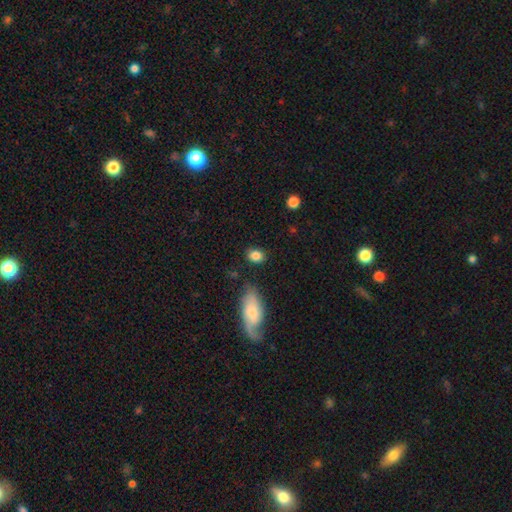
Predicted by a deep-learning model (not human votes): smooth_or_featured: smooth (p=0.85) [alt: star or artifact p=0.08]
how_rounded: in between (p=0.61) [alt: round p=0.37]
merging: none (p=0.81) [alt: minor disturbance p=0.13]